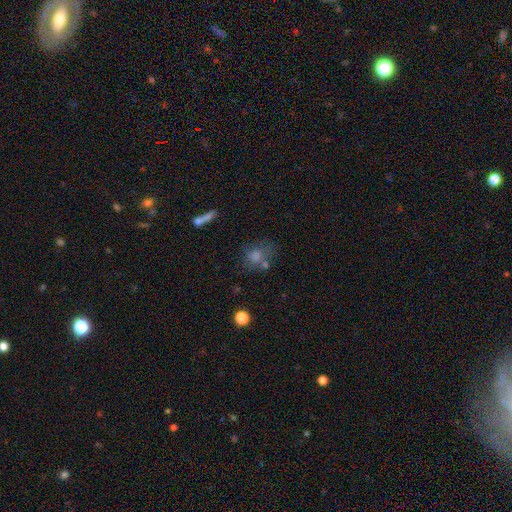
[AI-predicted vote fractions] A smooth galaxy with no disk features (60%) that is round (56%). Merging: none (54%).